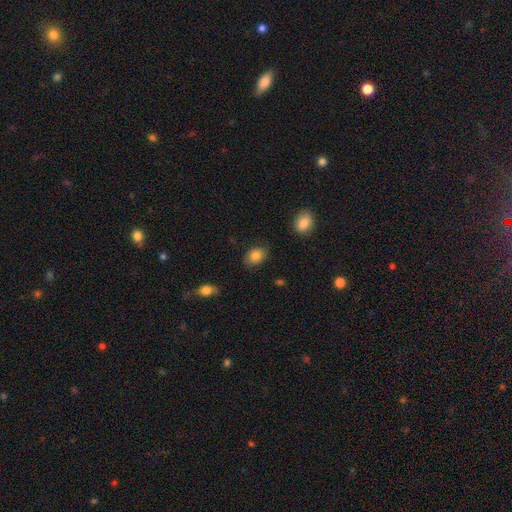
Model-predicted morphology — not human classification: Smooth or featured?
  - smooth: 81% *
  - featured or disk: 10%
  - star or artifact: 8%
How rounded?
  - in between: 68% *
  - round: 30%
  - cigar-shaped: 1%
Merging?
  - none: 79% *
  - minor disturbance: 15%
  - major disturbance: 4%
  - merger: 1%